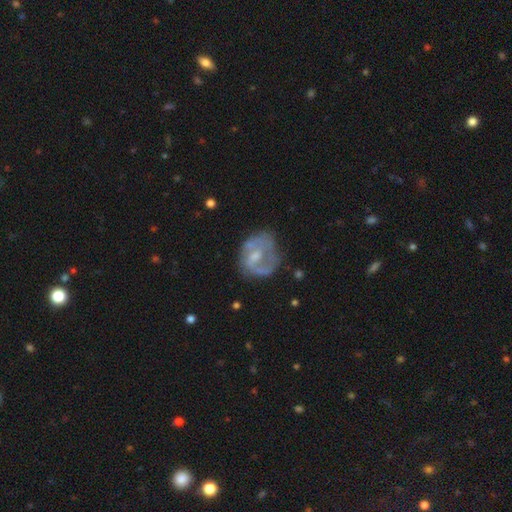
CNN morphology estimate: type=featured or disk (62%); edge-on=no (97%); bar=no (51%); spiral arms=yes (55%); bulge=moderate (40%); merging=none (49%).